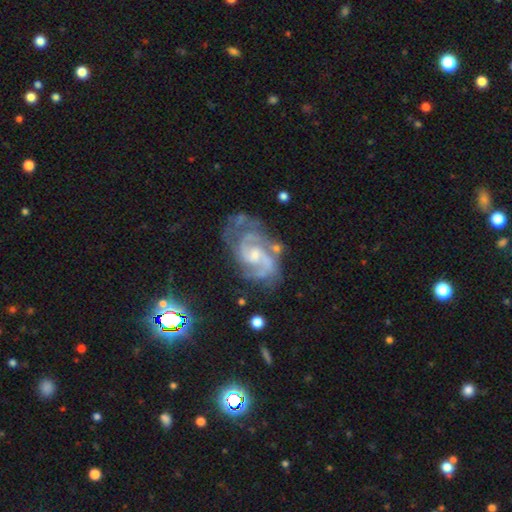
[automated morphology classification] Smooth or featured: featured or disk — 89% (star or artifact — 6%)
Edge-on disk: no — 98% (yes — 2%)
Bar: weak — 46% (no — 45%)
Spiral arms: yes — 97% (no — 3%)
Spiral winding: medium — 51% (tight — 38%)
Spiral arm count: 2 — 68% (3 — 14%)
Bulge size: small — 49% (moderate — 40%)
Merging: none — 57% (minor disturbance — 23%)